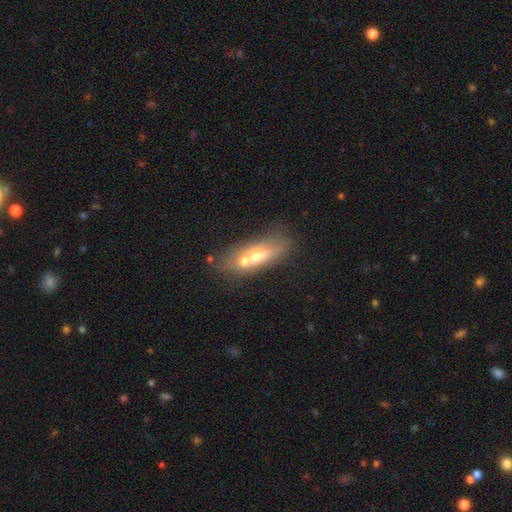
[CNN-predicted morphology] A smooth galaxy with no disk features (52%) that is in between round and cigar-shaped (62%).

Vote fractions:
- Smooth or featured? smooth: 52% / featured or disk: 38% / star or artifact: 9%
- How rounded? in between: 62% / cigar-shaped: 31% / round: 7%
- Merging? merger: 43% / none: 38% / minor disturbance: 12% / major disturbance: 7%